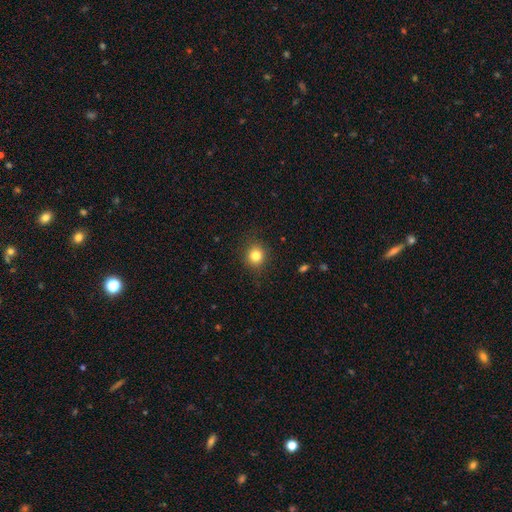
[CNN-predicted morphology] smooth 82%, star or artifact 12%, featured or disk 6%. Down the decision tree: how rounded — round (89%); merging — none (89%).